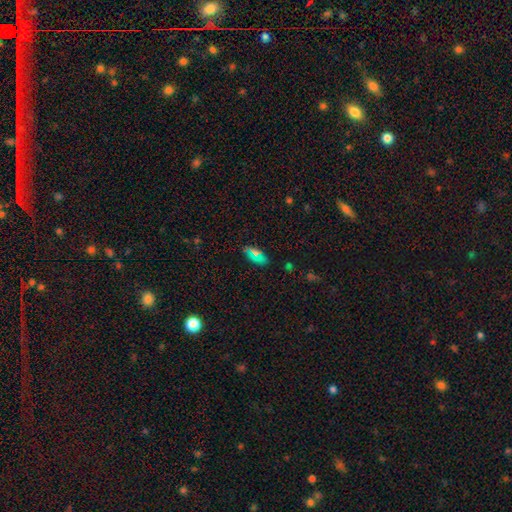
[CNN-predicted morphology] Smooth or featured? smooth (65%)
How rounded? in between (90%)
Merging? none (84%)